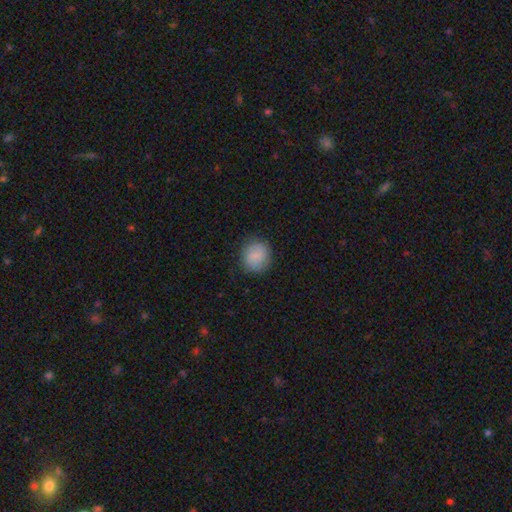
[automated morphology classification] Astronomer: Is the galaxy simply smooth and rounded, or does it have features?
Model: smooth — 81%.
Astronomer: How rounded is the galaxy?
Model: round — 87%.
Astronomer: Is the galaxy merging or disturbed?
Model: none — 84%.